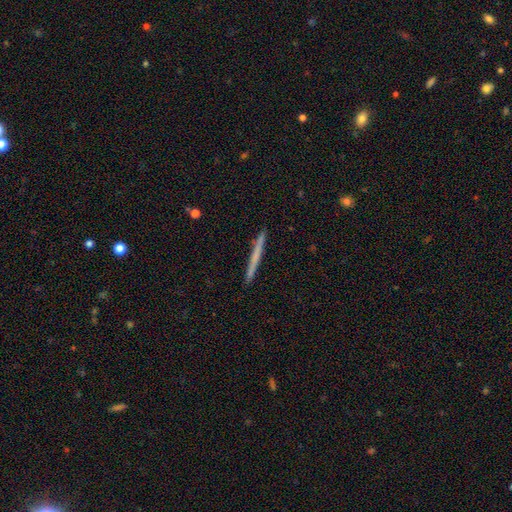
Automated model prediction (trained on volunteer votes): smooth-or-featured: smooth: 53% | featured or disk: 41% | star or artifact: 6%
  how-rounded: cigar-shaped: 97% | in between: 2% | round: 1%
  merging: none: 92% | minor disturbance: 5% | major disturbance: 1% | merger: 1%